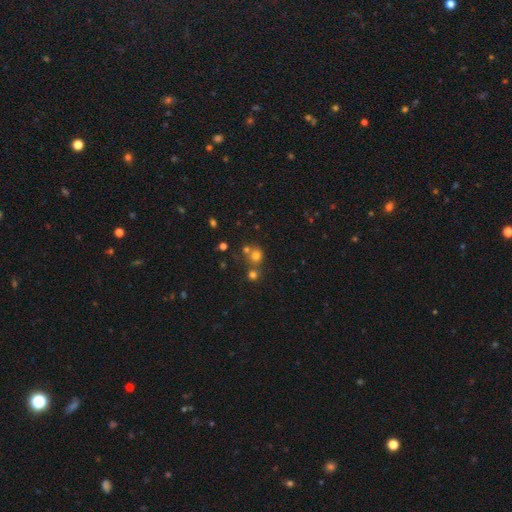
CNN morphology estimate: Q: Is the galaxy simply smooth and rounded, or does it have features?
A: smooth — 69%.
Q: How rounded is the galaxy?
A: round — 85%.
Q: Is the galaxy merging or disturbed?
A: none — 55%.